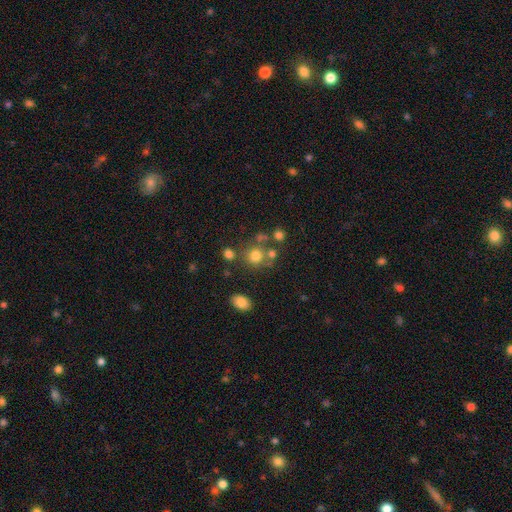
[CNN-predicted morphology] smooth_or_featured: smooth (p=0.74) [alt: star or artifact p=0.16]
how_rounded: round (p=0.83) [alt: in between p=0.16]
merging: none (p=0.66) [alt: merger p=0.18]